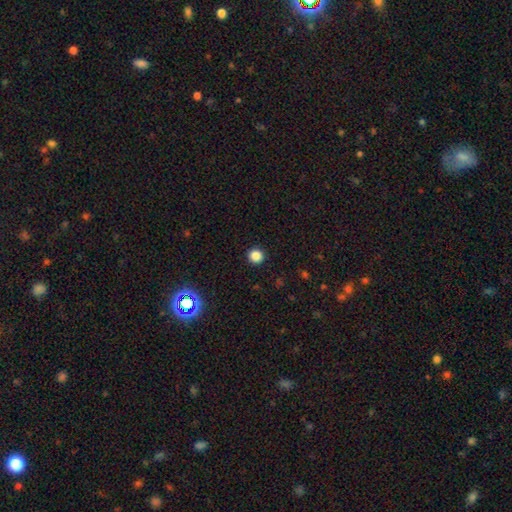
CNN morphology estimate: Smooth or featured: smooth — 85% (star or artifact — 12%)
How rounded: round — 95% (in between — 4%)
Merging: none — 93% (minor disturbance — 4%)